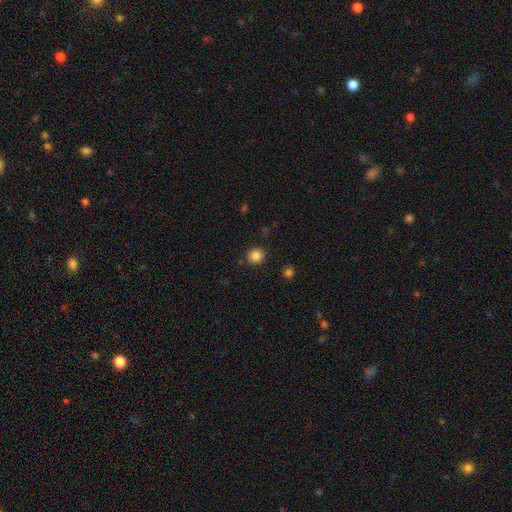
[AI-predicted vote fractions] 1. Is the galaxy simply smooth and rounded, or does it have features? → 85% smooth, 11% star or artifact, 4% featured or disk.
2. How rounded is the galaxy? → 88% round, 11% in between, 1% cigar-shaped.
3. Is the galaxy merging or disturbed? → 89% none, 7% minor disturbance, 2% merger, 2% major disturbance.